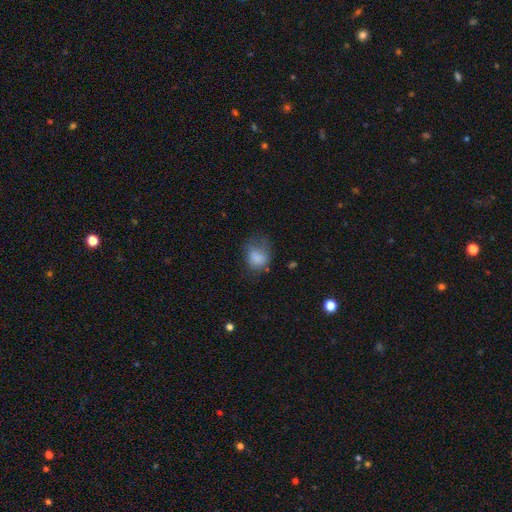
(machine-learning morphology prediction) smooth 78%, featured or disk 12%, star or artifact 10%. Down the decision tree: how rounded — in between (57%); merging — none (36%).